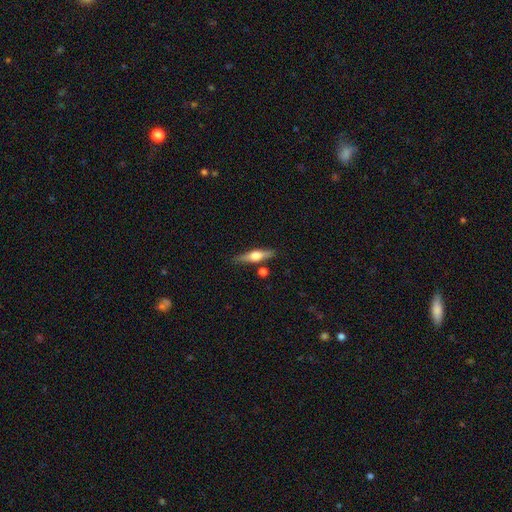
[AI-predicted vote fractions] Q: Smooth or featured?
A: featured or disk (55%); runner-up: smooth (39%)
Q: Edge-on disk?
A: yes (94%); runner-up: no (6%)
Q: Edge-on bulge?
A: rounded (92%); runner-up: boxy (5%)
Q: Merging?
A: none (81%); runner-up: minor disturbance (11%)